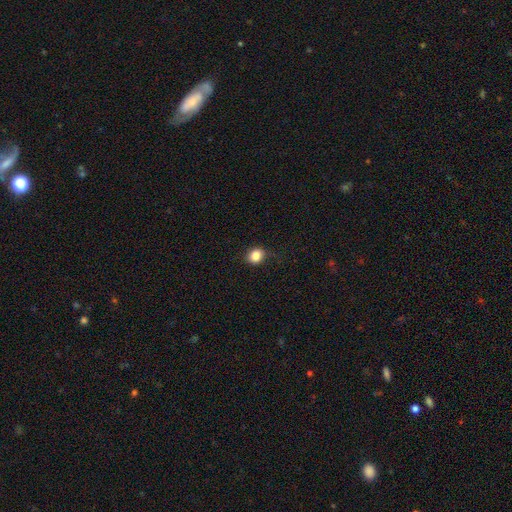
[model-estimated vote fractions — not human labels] smooth 84%, star or artifact 11%, featured or disk 5%. Down the decision tree: how rounded — round (69%); merging — none (81%).